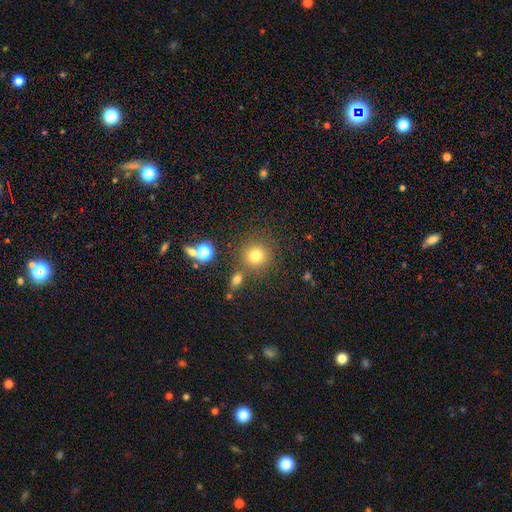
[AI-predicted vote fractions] Smooth or featured: smooth — 75% (star or artifact — 16%)
How rounded: round — 92% (in between — 7%)
Merging: none — 78% (merger — 9%)